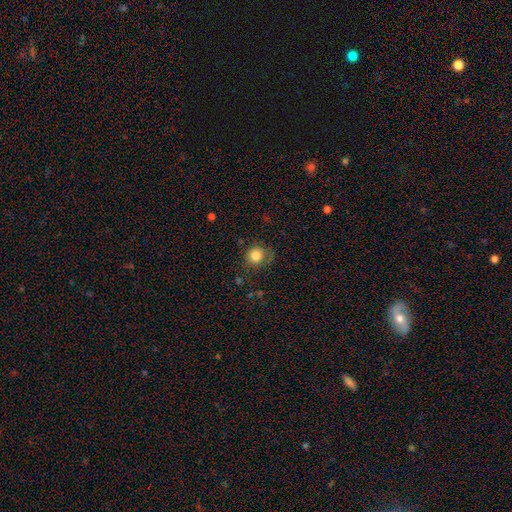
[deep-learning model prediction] Q: Smooth or featured?
A: smooth (83%); runner-up: star or artifact (10%)
Q: How rounded?
A: round (86%); runner-up: in between (13%)
Q: Merging?
A: none (71%); runner-up: minor disturbance (19%)